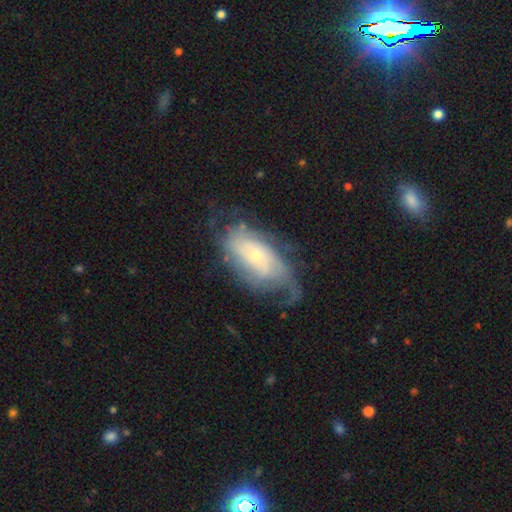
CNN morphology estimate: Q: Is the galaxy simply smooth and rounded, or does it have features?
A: featured or disk — 70%.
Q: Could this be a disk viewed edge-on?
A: no — 93%.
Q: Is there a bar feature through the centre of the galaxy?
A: no — 73%.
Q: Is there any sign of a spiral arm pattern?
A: yes — 82%.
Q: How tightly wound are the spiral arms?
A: tight — 46%.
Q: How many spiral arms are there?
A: can't tell — 47%.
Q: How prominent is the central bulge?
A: small — 71%.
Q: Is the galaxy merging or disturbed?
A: none — 50%.